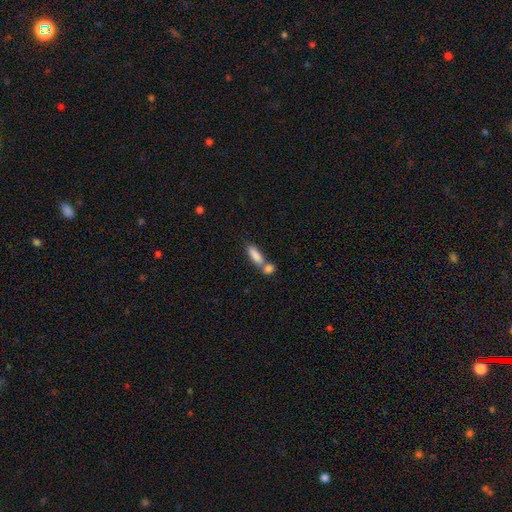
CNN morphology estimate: This appears to be a smooth galaxy with no disk features (84%) that is in between round and cigar-shaped (61%). Merging: merger (52%).